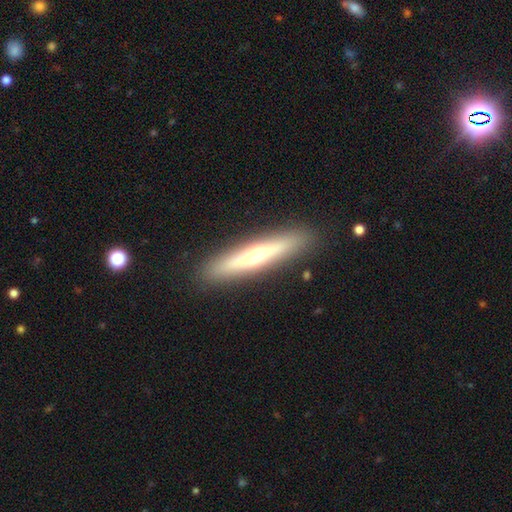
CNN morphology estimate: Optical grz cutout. It shows a featured or disk galaxy (49%). Merging: none (90%).